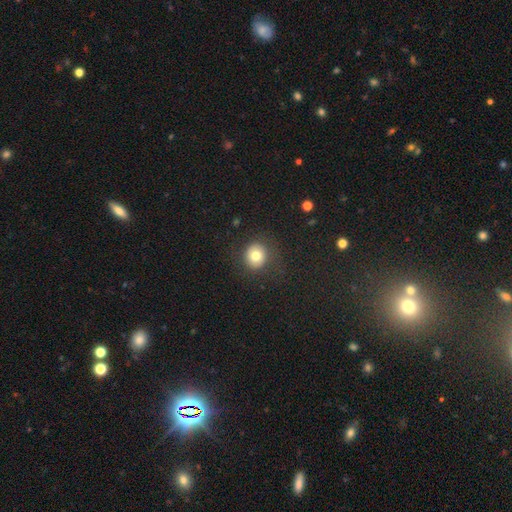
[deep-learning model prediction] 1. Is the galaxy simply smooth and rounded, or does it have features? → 76% smooth, 13% featured or disk, 12% star or artifact.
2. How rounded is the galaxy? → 86% round, 13% in between, 1% cigar-shaped.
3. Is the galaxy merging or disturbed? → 84% none, 10% minor disturbance, 6% major disturbance, 1% merger.